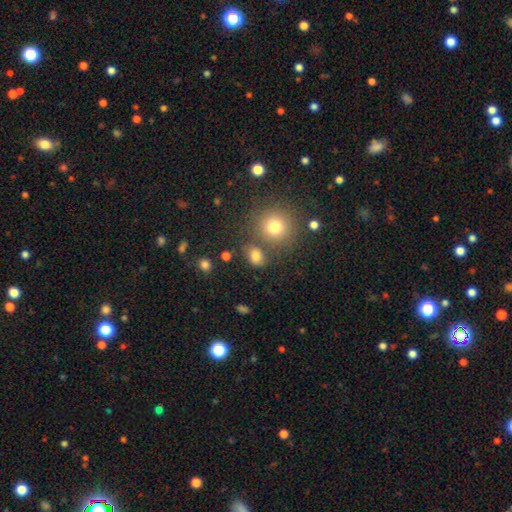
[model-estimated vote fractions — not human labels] Smooth or featured: smooth — 77% (star or artifact — 15%)
How rounded: in between — 57% (round — 42%)
Merging: none — 66% (merger — 14%)